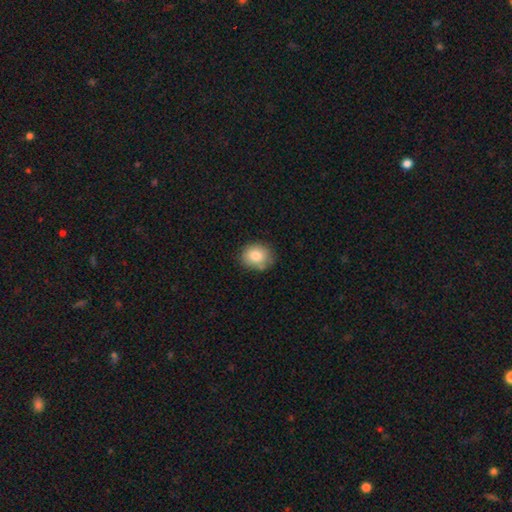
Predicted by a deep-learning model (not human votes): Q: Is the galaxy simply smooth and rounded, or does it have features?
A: smooth — 82%.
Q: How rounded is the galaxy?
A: round — 67%.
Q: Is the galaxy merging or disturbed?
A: none — 78%.